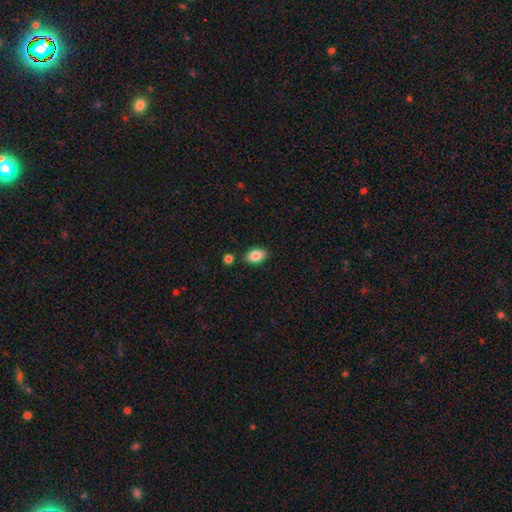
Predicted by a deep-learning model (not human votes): Overall: smooth (85%). How rounded: in between (89%). Merging: none (82%).